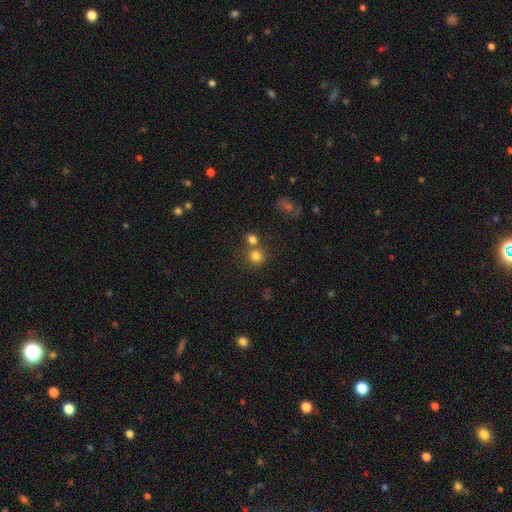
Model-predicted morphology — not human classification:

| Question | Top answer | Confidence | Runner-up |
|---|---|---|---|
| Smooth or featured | smooth | 79% | star or artifact (14%) |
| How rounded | round | 86% | in between (13%) |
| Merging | none | 56% | merger (33%) |